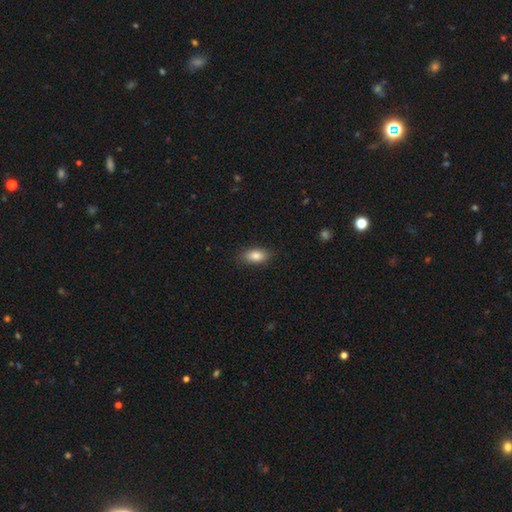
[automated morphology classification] Smooth or featured?
  - smooth: 85% *
  - featured or disk: 8%
  - star or artifact: 7%
How rounded?
  - in between: 90% *
  - round: 5%
  - cigar-shaped: 5%
Merging?
  - none: 86% *
  - minor disturbance: 11%
  - major disturbance: 2%
  - merger: 1%